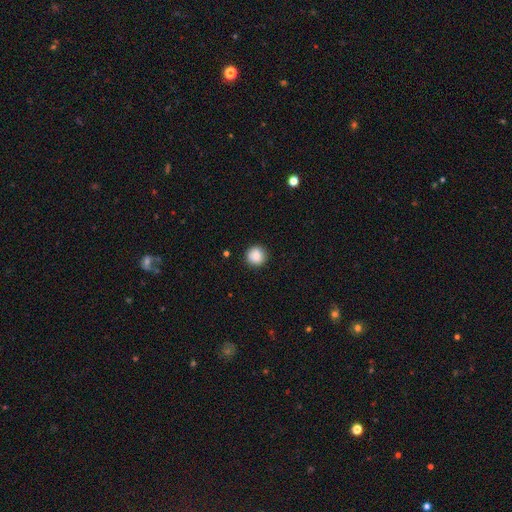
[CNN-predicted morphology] Overall: smooth (88%). How rounded: round (94%). Merging: none (91%).